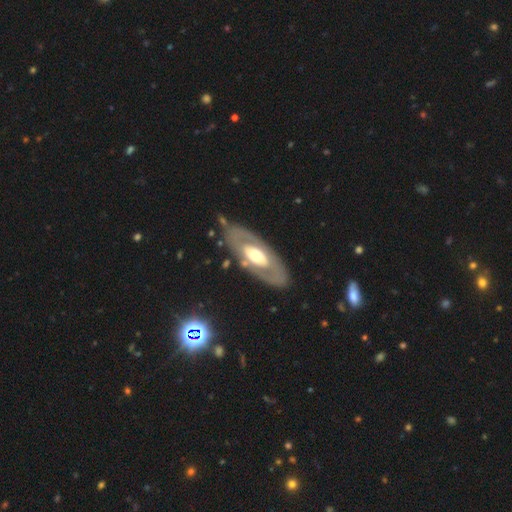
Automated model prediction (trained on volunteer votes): The model was most divided on "smooth or featured": featured or disk: 63%, smooth: 32%, star or artifact: 5%. More confident: edge-on disk — no (86%); spiral arms — no (82%); bar — no (79%); merging — none (77%); bulge size — moderate (62%).